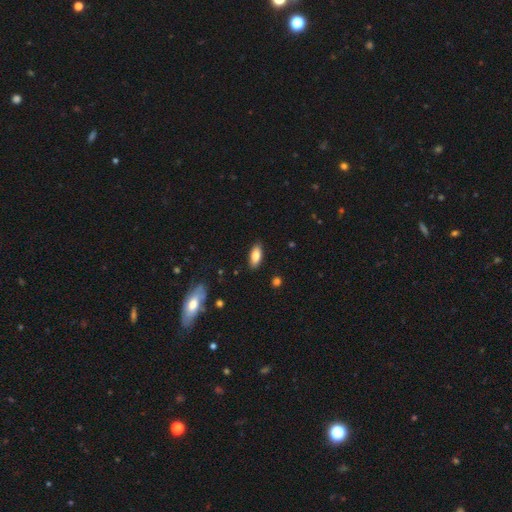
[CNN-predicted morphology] smooth-or-featured: smooth: 80% | featured or disk: 13% | star or artifact: 7%
  how-rounded: in between: 84% | cigar-shaped: 13% | round: 2%
  merging: none: 88% | minor disturbance: 9% | major disturbance: 2% | merger: 1%